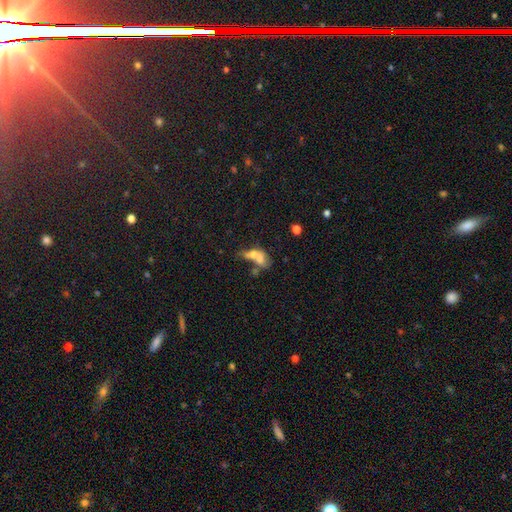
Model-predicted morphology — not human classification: Smooth or featured? Predicted: smooth (p=0.55). How rounded? Predicted: in between (p=0.72). Merging? Predicted: merger (p=0.62).